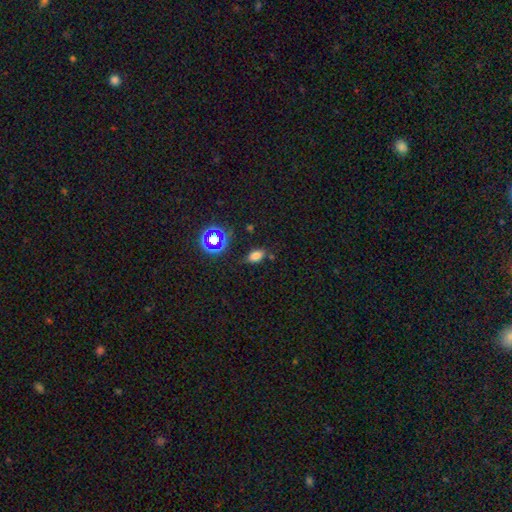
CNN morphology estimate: Overall: smooth (71%). How rounded: in between (85%). Merging: none (76%).